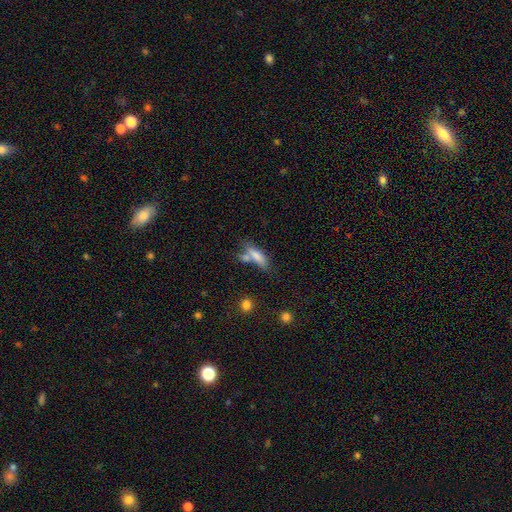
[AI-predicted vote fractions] A smooth galaxy with no disk features (74%) that is cigar-shaped (56%). Merging: none (46%).